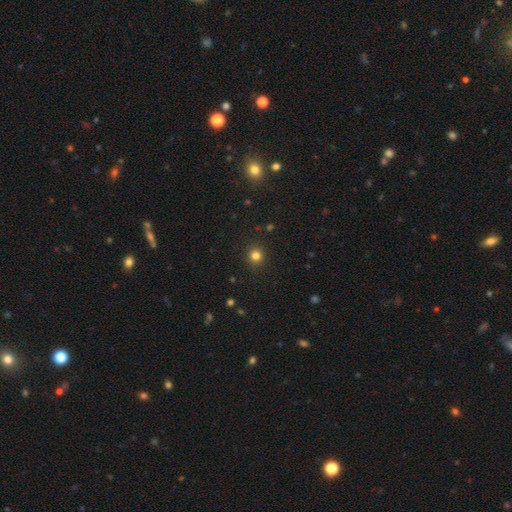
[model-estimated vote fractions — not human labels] Smooth or featured: smooth — 80% (star or artifact — 15%)
How rounded: round — 91% (in between — 8%)
Merging: none — 91% (minor disturbance — 6%)